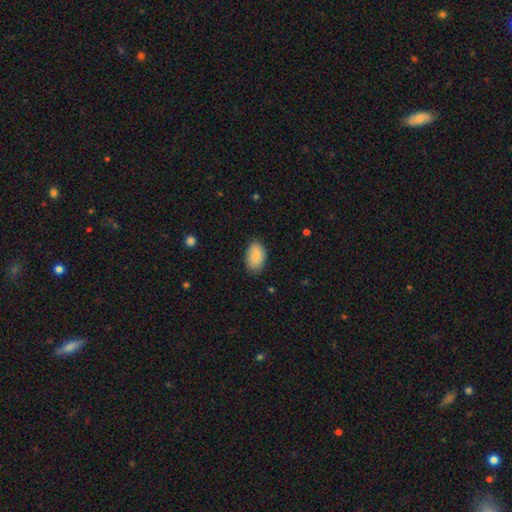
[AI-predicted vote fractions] Smooth or featured: smooth — 86% (featured or disk — 7%)
How rounded: in between — 92% (round — 7%)
Merging: none — 82% (minor disturbance — 14%)